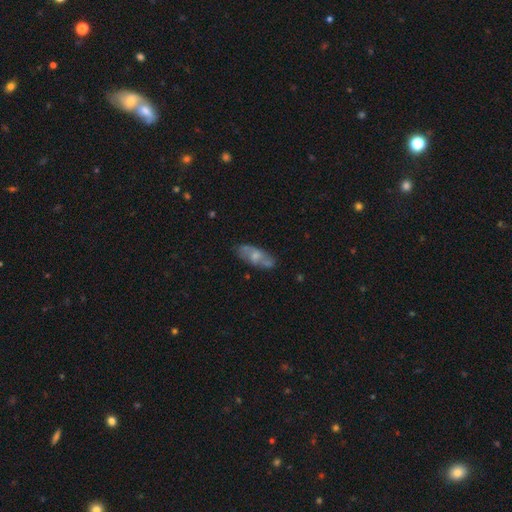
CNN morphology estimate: type=smooth (47%); merging=none (69%).